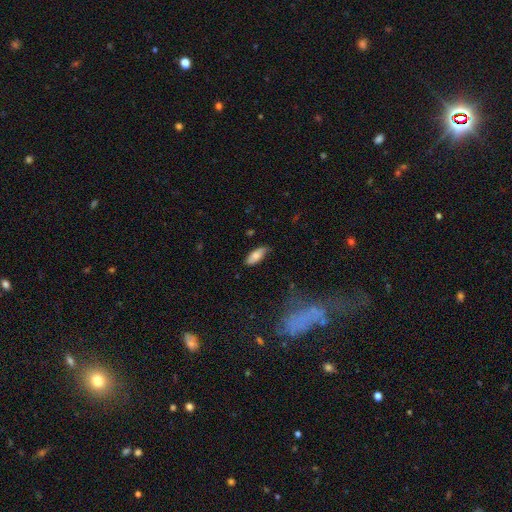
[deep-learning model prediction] A smooth galaxy with no disk features (78%) that is in between round and cigar-shaped (80%).

Vote fractions:
- Smooth or featured? smooth: 78% / featured or disk: 15% / star or artifact: 7%
- How rounded? in between: 80% / cigar-shaped: 18% / round: 2%
- Merging? none: 76% / minor disturbance: 19% / major disturbance: 3% / merger: 1%